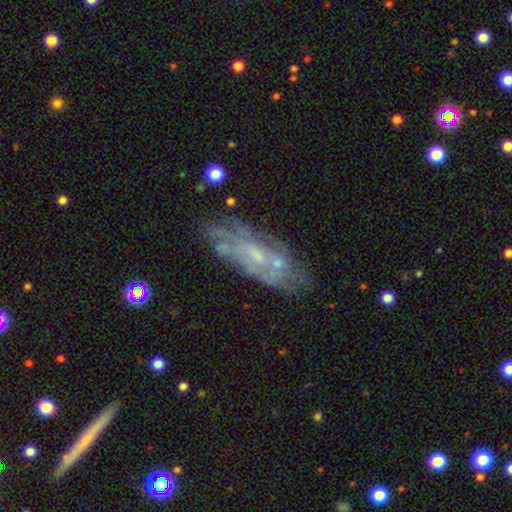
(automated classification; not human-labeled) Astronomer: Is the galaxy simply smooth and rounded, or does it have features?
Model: featured or disk — 69%.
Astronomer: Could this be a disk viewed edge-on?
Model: no — 86%.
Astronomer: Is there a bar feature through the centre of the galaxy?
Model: no — 67%.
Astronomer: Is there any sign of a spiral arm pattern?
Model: yes — 64%.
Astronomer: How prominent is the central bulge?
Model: small — 57%.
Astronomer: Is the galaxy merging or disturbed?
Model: none — 61%.